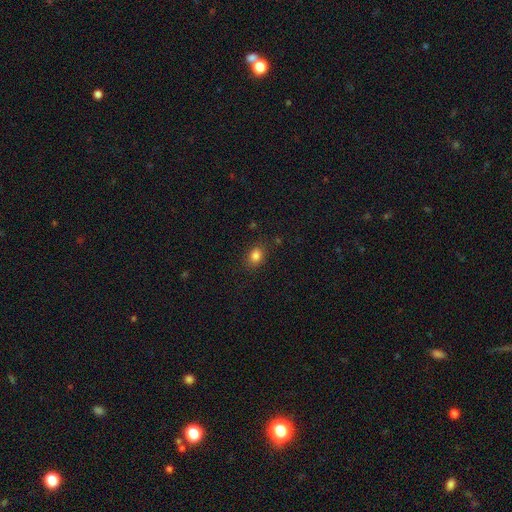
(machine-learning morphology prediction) type=smooth (83%); roundness=in between (60%); merging=none (84%).